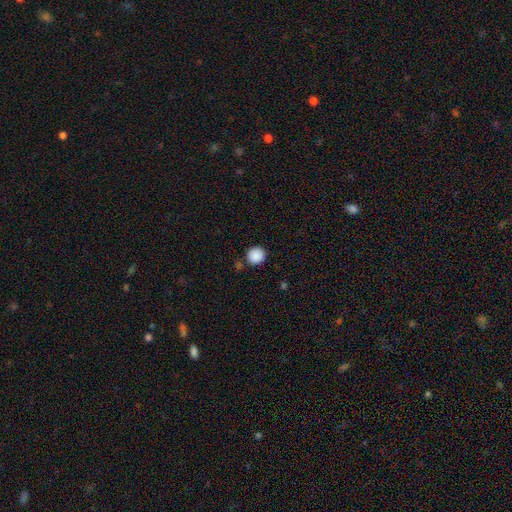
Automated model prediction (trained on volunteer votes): A smooth galaxy with no disk features (89%) that is round (92%). Merging: none (83%).